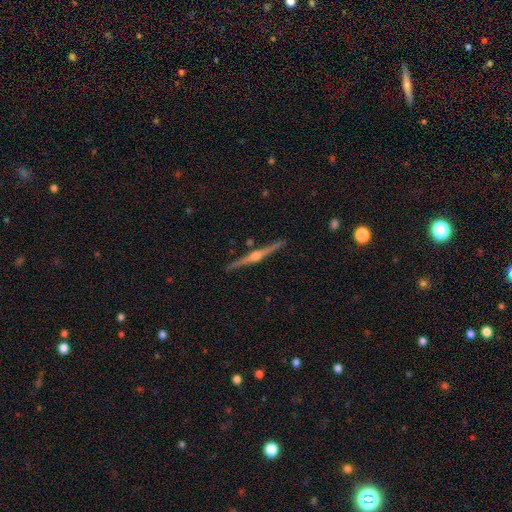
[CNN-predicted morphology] featured or disk 87%, smooth 8%, star or artifact 5%. Down the decision tree: edge-on disk — yes (99%); edge-on bulge — rounded (94%); merging — none (92%).